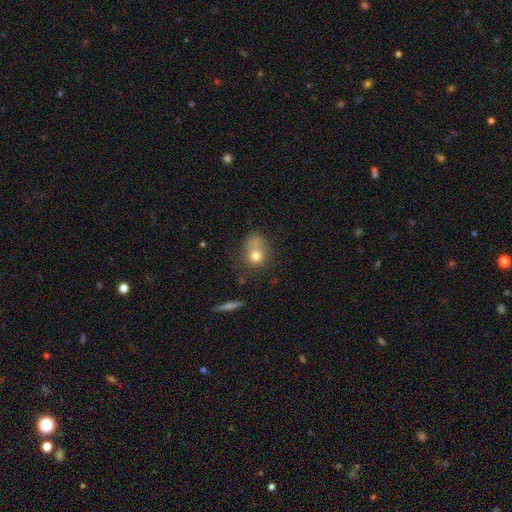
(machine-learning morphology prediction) Overall: smooth (72%). How rounded: round (54%; in between 44%). Merging: none (34%; minor disturbance 24%).